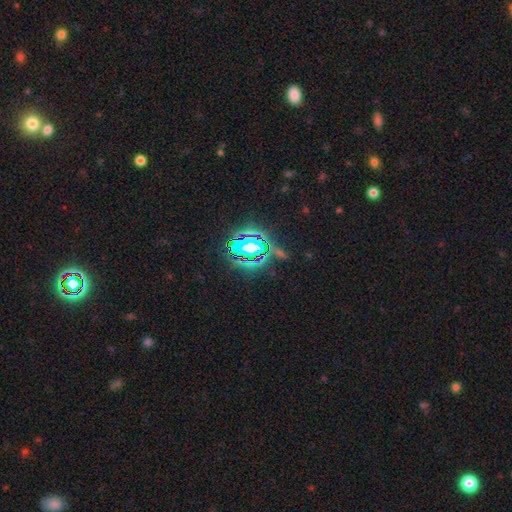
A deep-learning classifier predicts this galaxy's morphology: smooth-or-featured: star or artifact: 82% | smooth: 10% | featured or disk: 7%